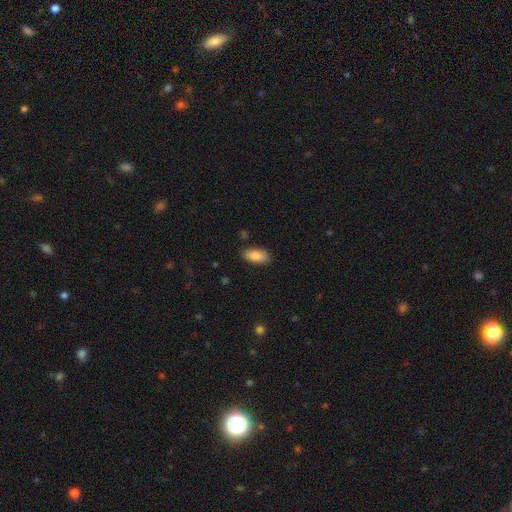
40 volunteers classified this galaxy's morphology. Smooth or featured? smooth (92%)
How rounded? in between (97%)
Merging? none (82%)